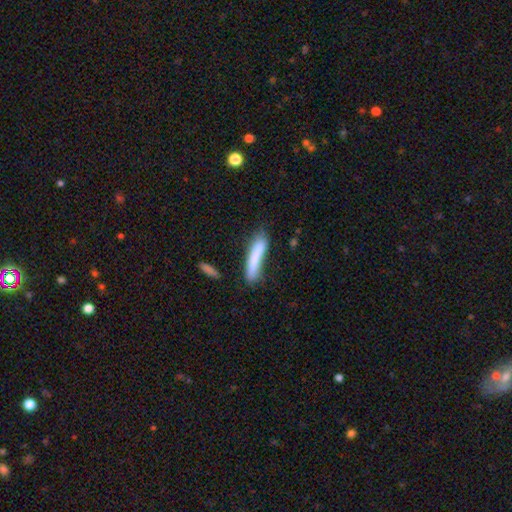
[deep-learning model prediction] Smooth or featured?
  - smooth: 70% *
  - featured or disk: 19%
  - star or artifact: 10%
How rounded?
  - cigar-shaped: 90% *
  - in between: 8%
  - round: 2%
Merging?
  - none: 72% *
  - minor disturbance: 18%
  - merger: 5%
  - major disturbance: 5%